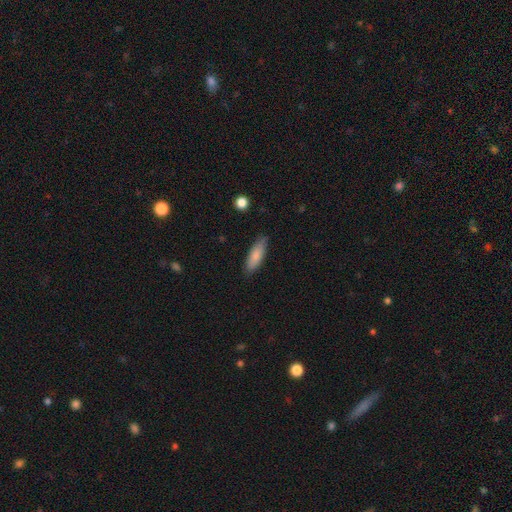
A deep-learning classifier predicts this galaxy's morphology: This appears to be a smooth galaxy with no disk features (83%) that is in between round and cigar-shaped (55%). Merging: none (83%).